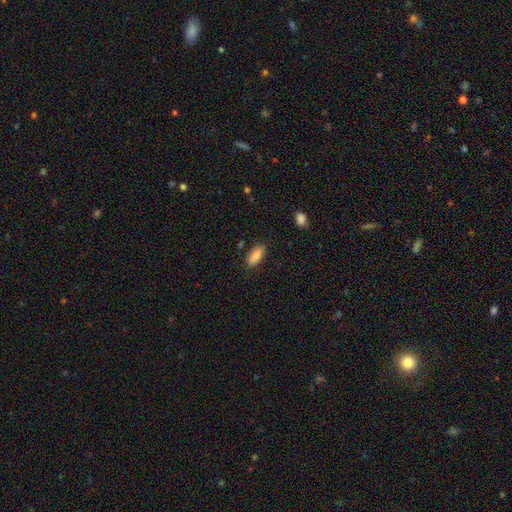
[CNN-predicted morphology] Overall: smooth (86%). How rounded: in between (80%). Merging: none (84%).